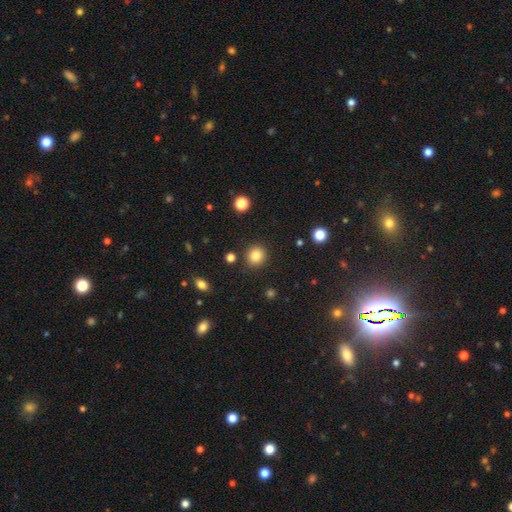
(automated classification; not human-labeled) Smooth or featured?
  - smooth: 85% *
  - star or artifact: 10%
  - featured or disk: 5%
How rounded?
  - round: 88% *
  - in between: 11%
  - cigar-shaped: 1%
Merging?
  - none: 89% *
  - minor disturbance: 7%
  - major disturbance: 2%
  - merger: 2%